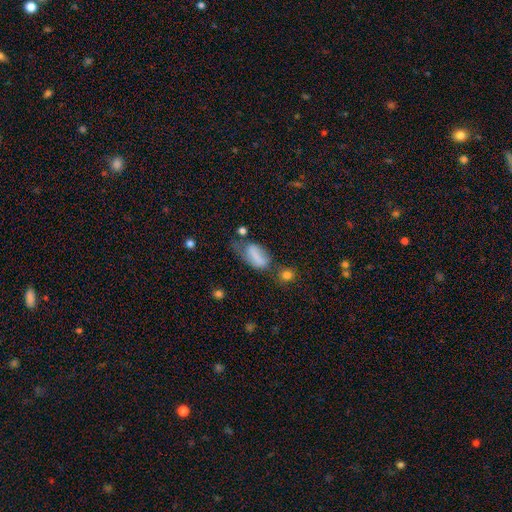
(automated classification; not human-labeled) Smooth or featured? smooth (64%)
How rounded? in between (84%)
Merging? none (32%, tied with minor disturbance)